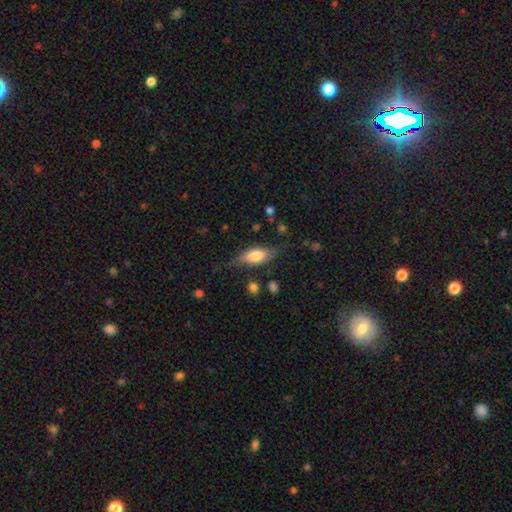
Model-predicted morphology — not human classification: type=smooth (67%); roundness=in between (76%); merging=none (67%).